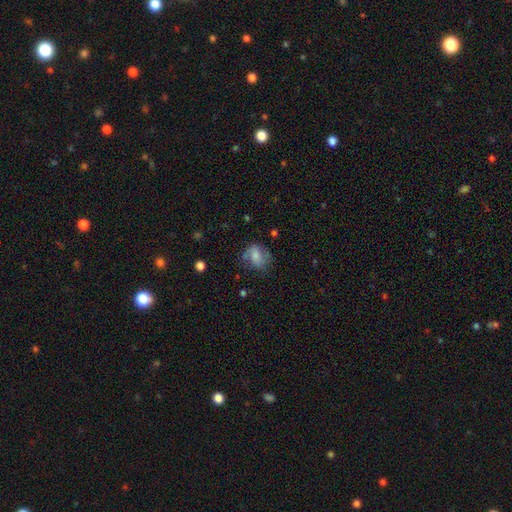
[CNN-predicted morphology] This appears to be a smooth galaxy with no disk features (63%) that is in between round and cigar-shaped (55%). Merging: none (55%).